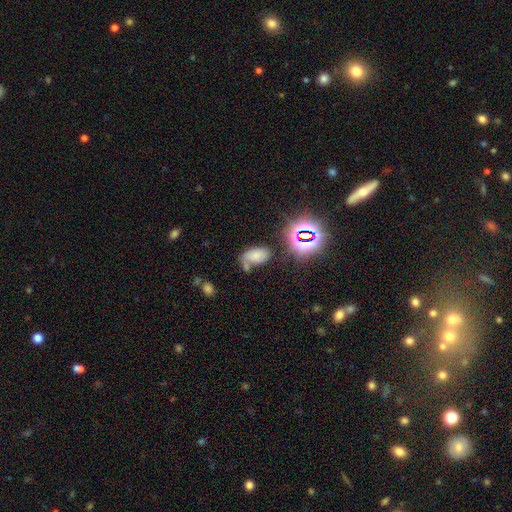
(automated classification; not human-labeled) Morphology: type=smooth (63%); roundness=in between (91%); merging=none (50%).